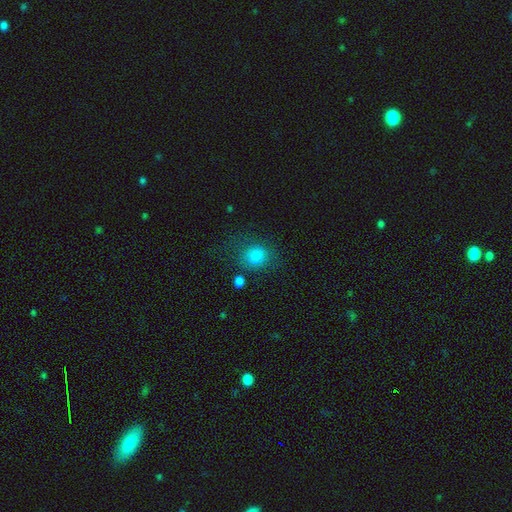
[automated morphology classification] Smooth or featured: smooth — 83% (star or artifact — 11%)
How rounded: round — 63% (in between — 36%)
Merging: none — 64% (minor disturbance — 20%)